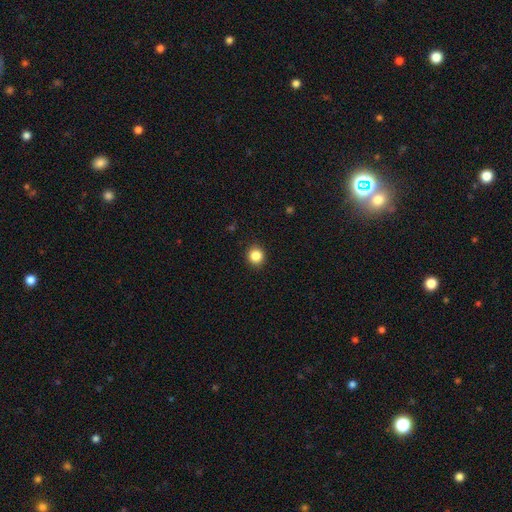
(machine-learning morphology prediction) A smooth galaxy with no disk features (86%) that is round (88%). Merging: none (91%).